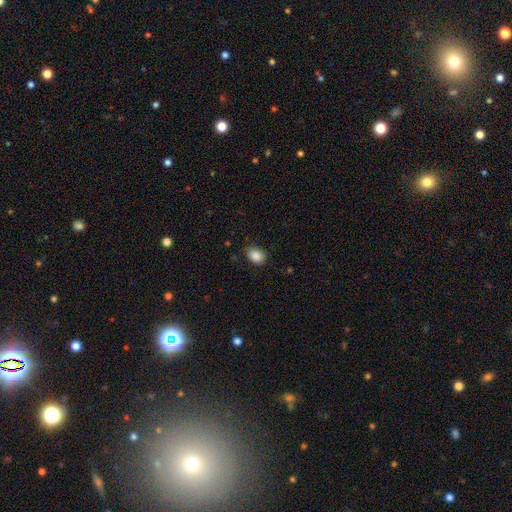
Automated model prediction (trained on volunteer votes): Smooth or featured? smooth (87%)
How rounded? in between (69%)
Merging? none (82%)